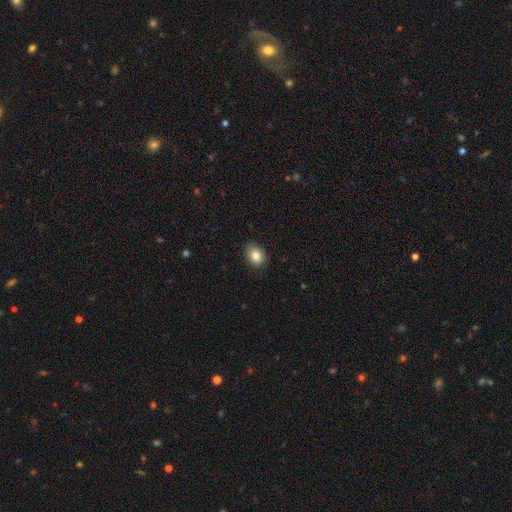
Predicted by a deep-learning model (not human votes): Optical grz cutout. It shows a smooth galaxy with no disk features (84%) that is in between round and cigar-shaped (66%). Merging: none (85%).